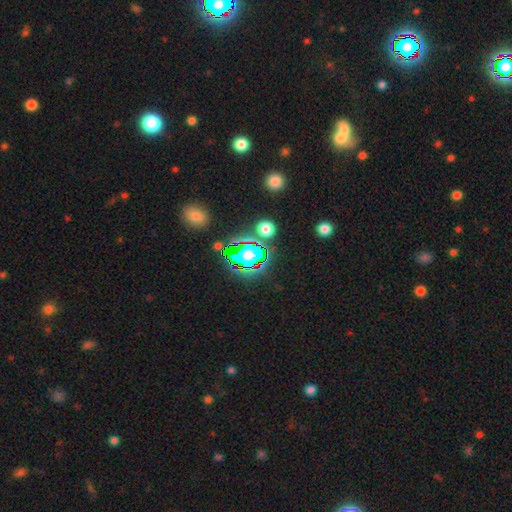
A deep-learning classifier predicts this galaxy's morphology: Overall: star or artifact (78%).